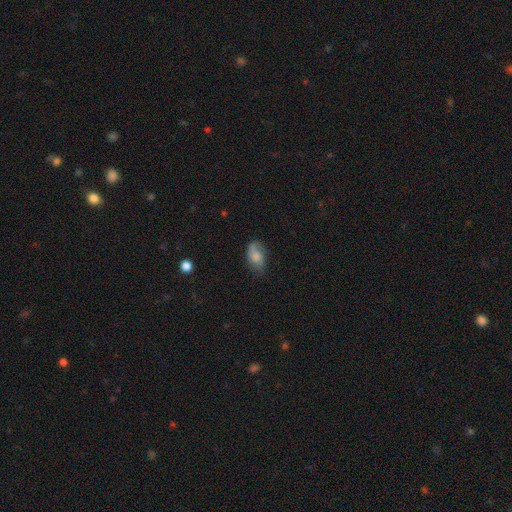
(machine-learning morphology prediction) A smooth galaxy with no disk features (60%) that is in between round and cigar-shaped (90%). Merging: none (59%).